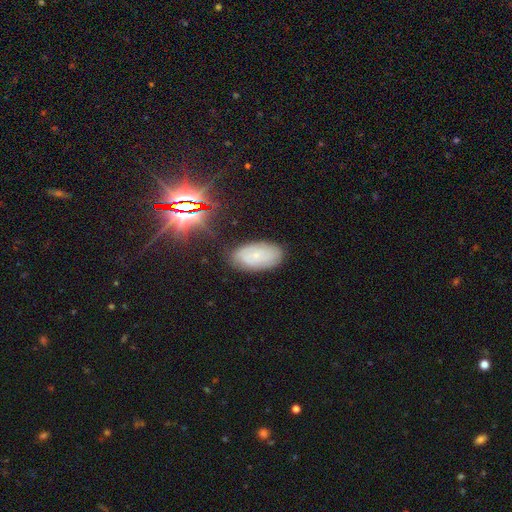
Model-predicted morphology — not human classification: A smooth galaxy with no disk features (54%) that is in between round and cigar-shaped (94%).

Vote fractions:
- Smooth or featured? smooth: 54% / featured or disk: 30% / star or artifact: 16%
- How rounded? in between: 94% / round: 4% / cigar-shaped: 3%
- Merging? none: 81% / minor disturbance: 14% / major disturbance: 4% / merger: 2%